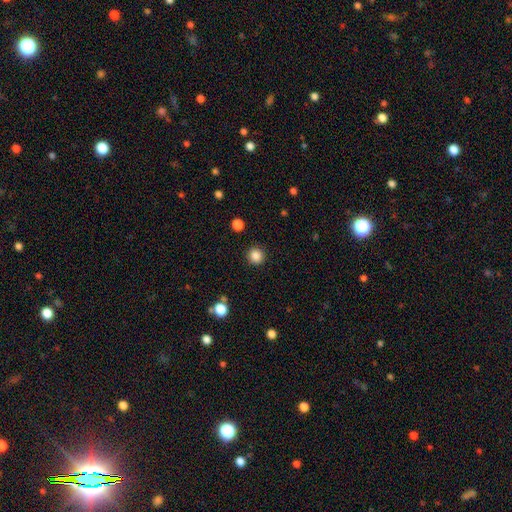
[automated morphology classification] This appears to be a smooth galaxy with no disk features (86%) that is round (94%). Merging: none (92%).